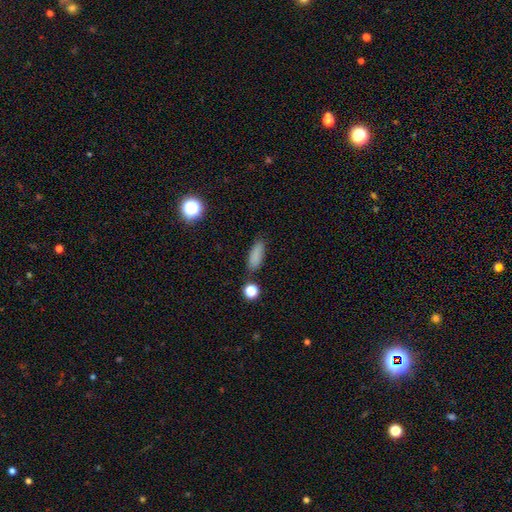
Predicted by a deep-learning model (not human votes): Overall: smooth (83%). How rounded: in between (62%; cigar-shaped 34%). Merging: none (79%).